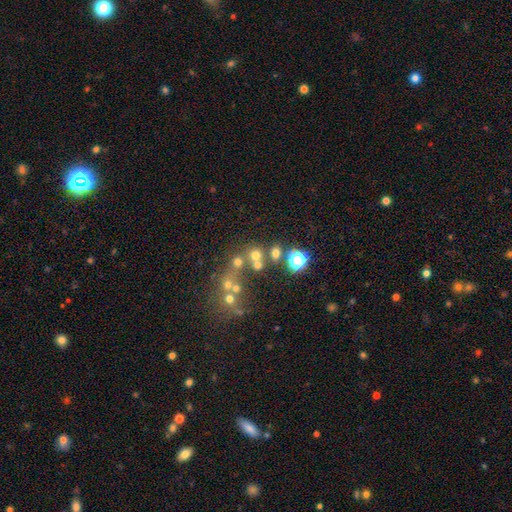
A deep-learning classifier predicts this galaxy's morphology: Smooth or featured: smooth — 61% (star or artifact — 24%)
How rounded: round — 83% (in between — 16%)
Merging: none — 57% (merger — 29%)